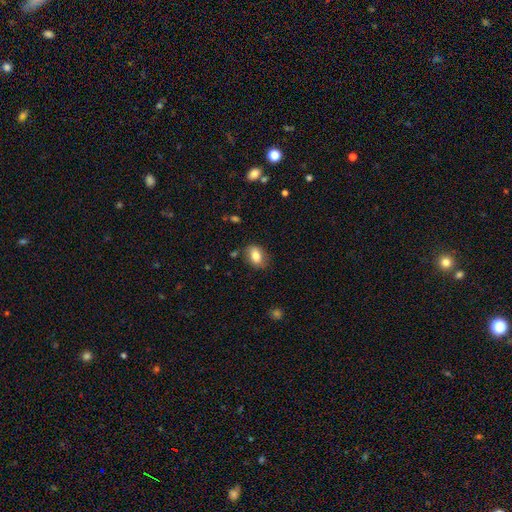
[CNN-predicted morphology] smooth_or_featured: smooth (p=0.79) [alt: featured or disk p=0.13]
how_rounded: in between (p=0.78) [alt: round p=0.21]
merging: none (p=0.76) [alt: minor disturbance p=0.17]